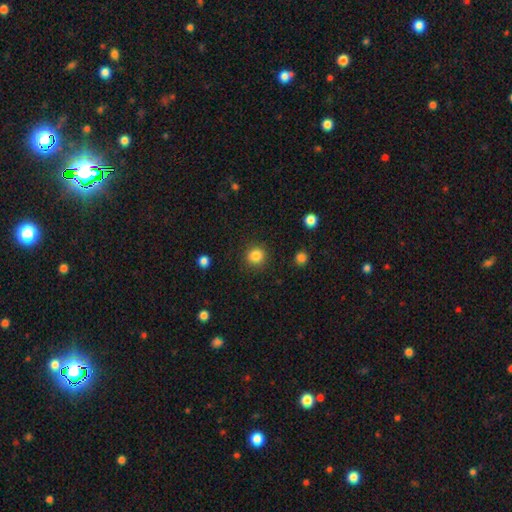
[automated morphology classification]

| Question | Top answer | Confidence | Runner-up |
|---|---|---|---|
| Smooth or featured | smooth | 85% | star or artifact (11%) |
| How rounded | round | 91% | in between (8%) |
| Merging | none | 90% | minor disturbance (7%) |